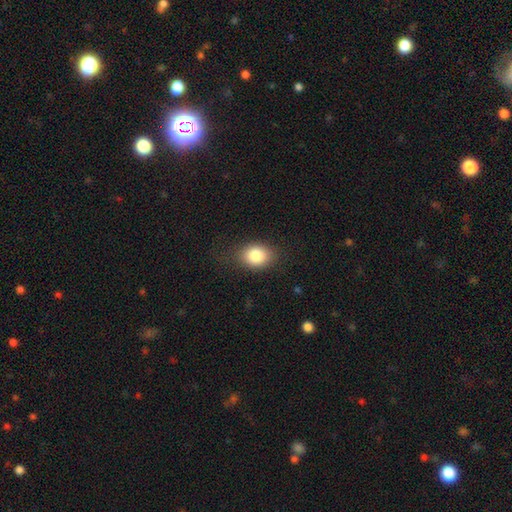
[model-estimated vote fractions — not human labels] Smooth or featured: smooth — 83% (star or artifact — 9%)
How rounded: in between — 63% (round — 36%)
Merging: none — 78% (minor disturbance — 15%)